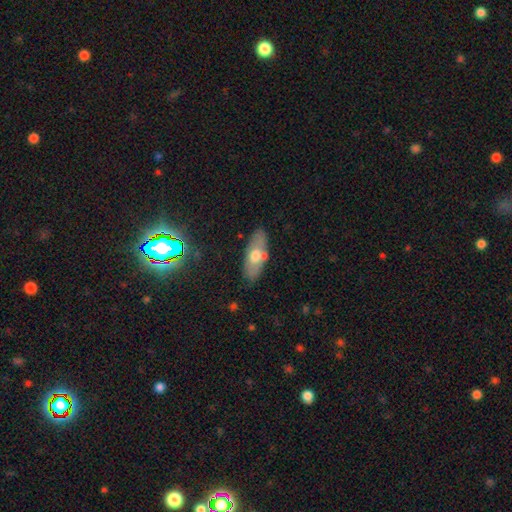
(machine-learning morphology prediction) This is possibly a smooth galaxy (53%). How rounded: likely in between (75%). Merging: likely none (75%).